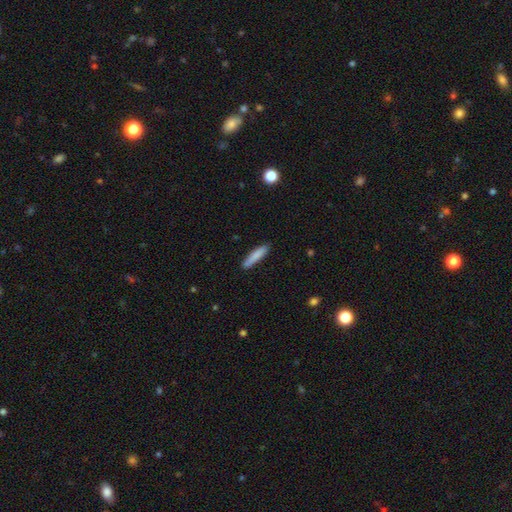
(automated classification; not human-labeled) A smooth galaxy with no disk features (84%) that is cigar-shaped (87%). Merging: none (87%).